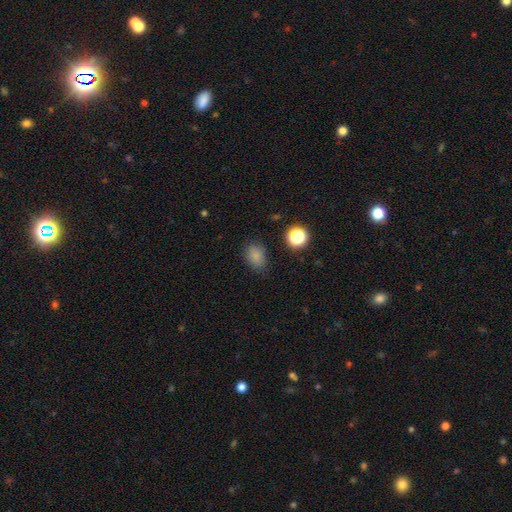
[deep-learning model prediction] Q: Smooth or featured?
A: smooth (81%); runner-up: star or artifact (14%)
Q: How rounded?
A: in between (68%); runner-up: round (31%)
Q: Merging?
A: none (79%); runner-up: minor disturbance (15%)